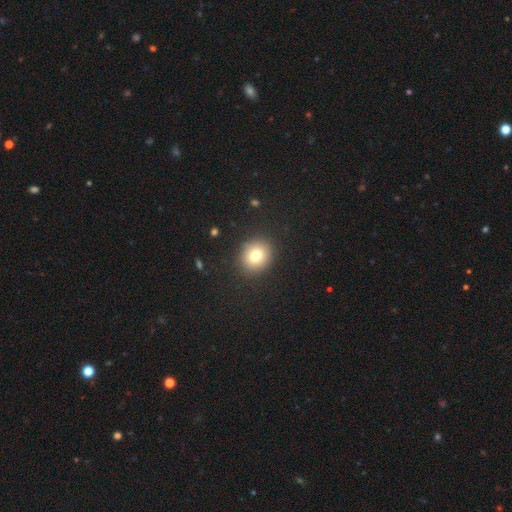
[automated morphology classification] The model was most divided on "how rounded": round: 72%, in between: 27%, cigar-shaped: 1%. More confident: merging — none (89%); smooth or featured — smooth (77%).